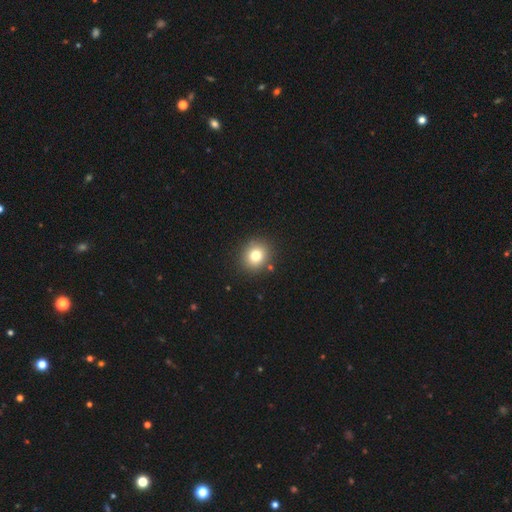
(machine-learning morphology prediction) The model was most divided on "how rounded": round: 80%, in between: 19%, cigar-shaped: 1%. More confident: merging — none (88%); smooth or featured — smooth (79%).